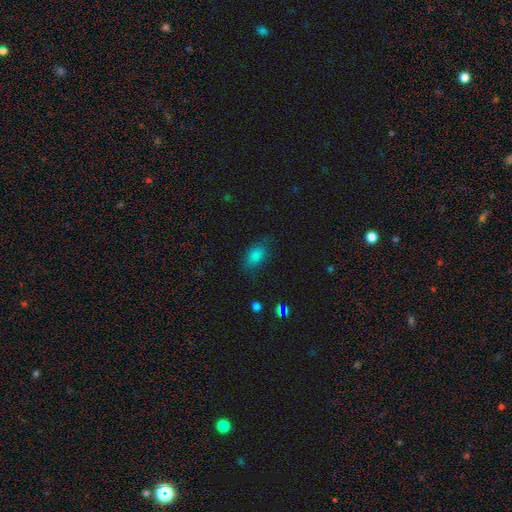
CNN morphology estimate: A smooth galaxy with no disk features (81%) that is in between round and cigar-shaped (86%). Merging: none (72%).